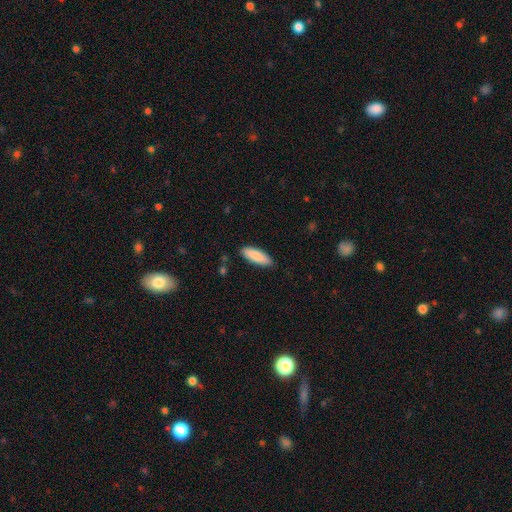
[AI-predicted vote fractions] Overall: smooth (86%). How rounded: in between (58%; cigar-shaped 41%). Merging: none (87%).